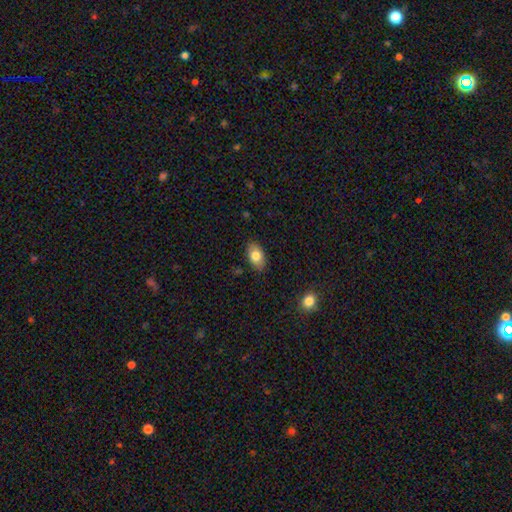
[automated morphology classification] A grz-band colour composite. It shows a smooth galaxy with no disk features (79%) that is in between round and cigar-shaped (92%). Merging: none (86%).